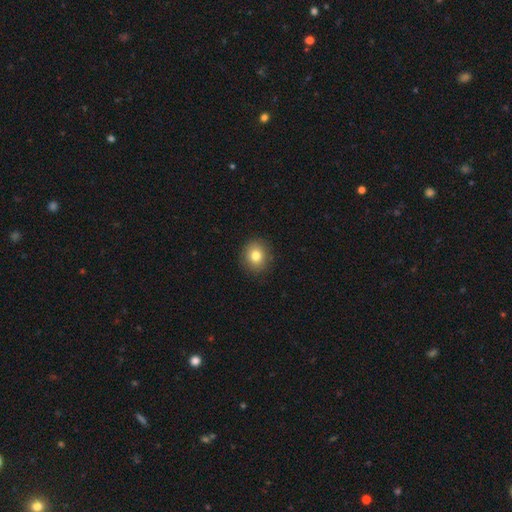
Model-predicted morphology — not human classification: This appears to be a smooth galaxy with no disk features (79%) that is round (78%). Merging: none (89%).